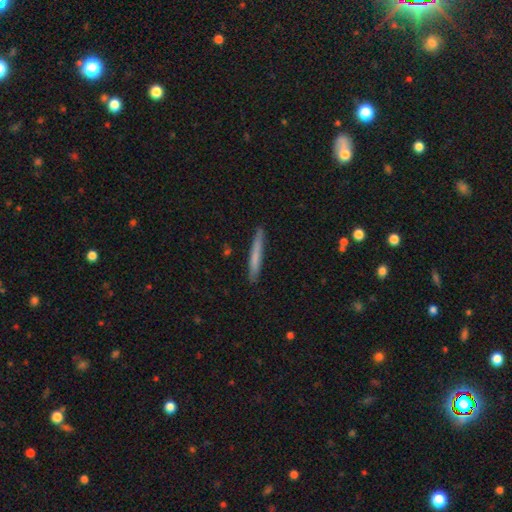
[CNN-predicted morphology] Smooth or featured? smooth (66%)
How rounded? cigar-shaped (96%)
Merging? none (88%)